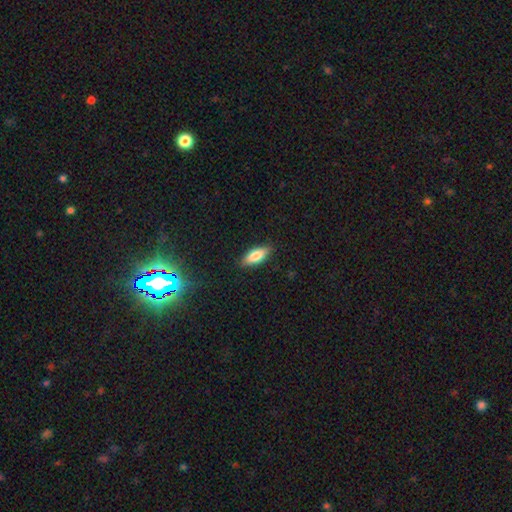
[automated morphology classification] The model was most divided on "how rounded": in between: 70%, cigar-shaped: 28%, round: 2%. More confident: merging — none (87%); smooth or featured — smooth (79%).